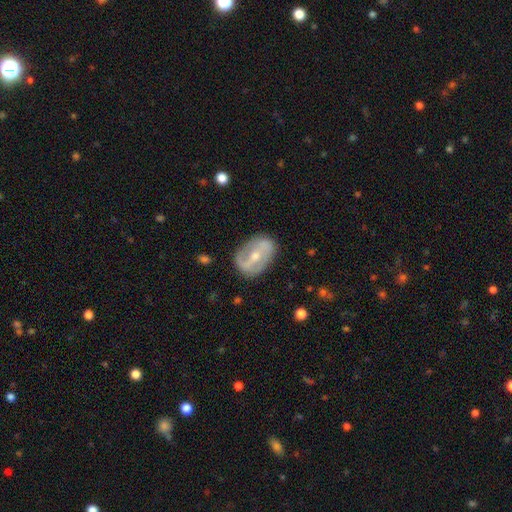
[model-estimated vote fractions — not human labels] Smooth or featured: featured or disk — 75% (smooth — 20%)
Edge-on disk: no — 94% (yes — 6%)
Bar: strong — 45% (weak — 35%)
Spiral arms: yes — 72% (no — 28%)
Spiral winding: medium — 39% (loose — 35%)
Spiral arm count: 2 — 82% (can't tell — 11%)
Bulge size: moderate — 56% (small — 40%)
Merging: none — 77% (minor disturbance — 16%)